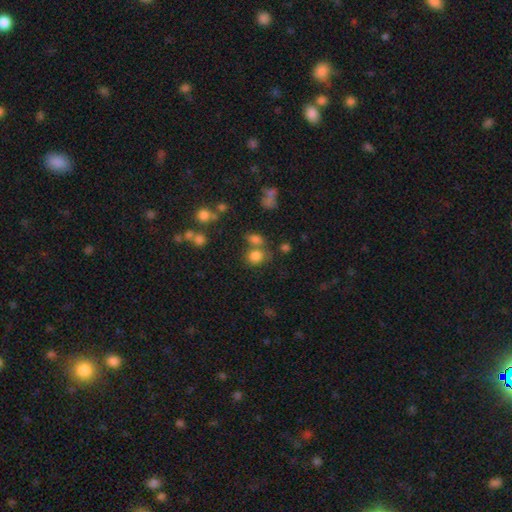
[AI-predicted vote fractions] Morphology: type=smooth (79%); roundness=round (71%); merging=none (59%).